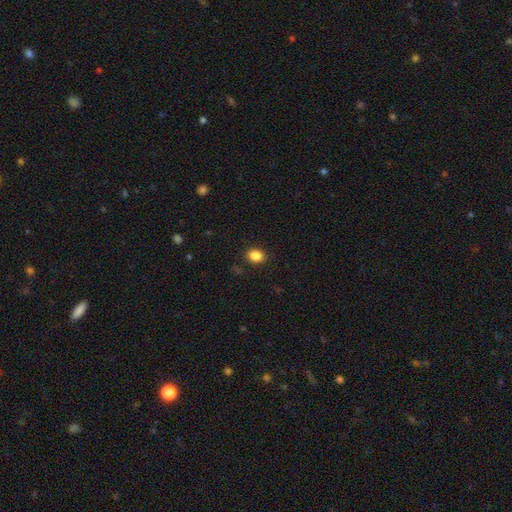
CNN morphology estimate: This appears to be a smooth galaxy with no disk features (86%) that is in between round and cigar-shaped (55%). Merging: none (89%).